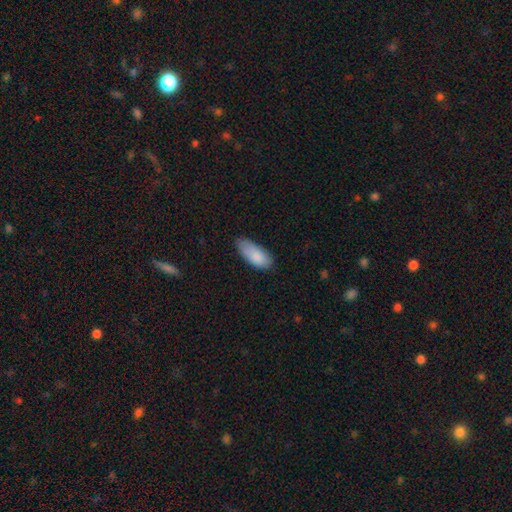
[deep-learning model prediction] smooth-or-featured: smooth: 86% | featured or disk: 8% | star or artifact: 6%
  how-rounded: in between: 87% | cigar-shaped: 11% | round: 2%
  merging: none: 55% | minor disturbance: 36% | major disturbance: 7% | merger: 2%